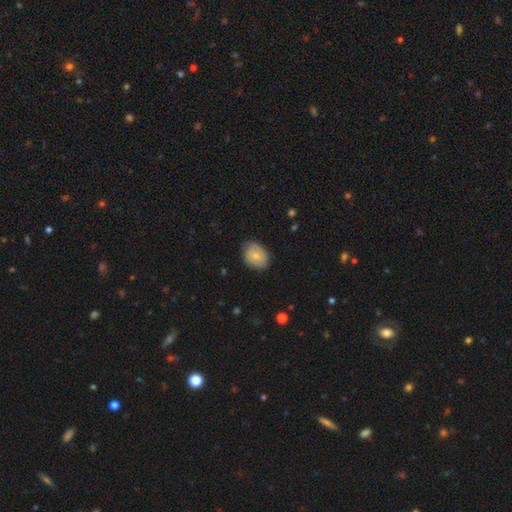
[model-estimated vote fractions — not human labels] A smooth galaxy with no disk features (76%) that is in between round and cigar-shaped (63%). Merging: none (78%).